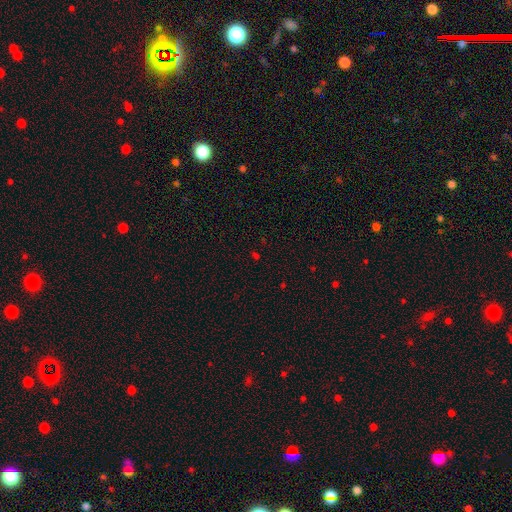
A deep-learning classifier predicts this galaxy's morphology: This appears to be a star or artifact, not a galaxy (58%).